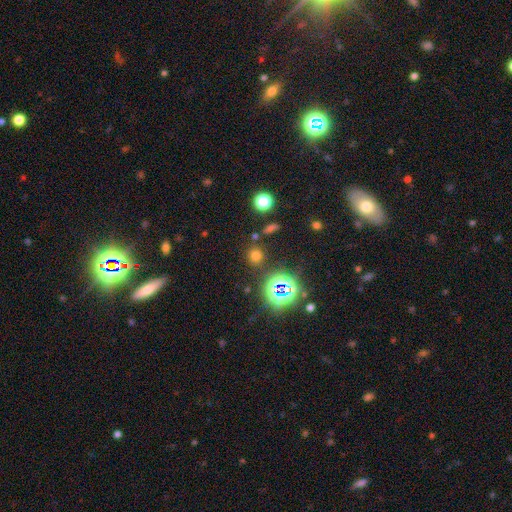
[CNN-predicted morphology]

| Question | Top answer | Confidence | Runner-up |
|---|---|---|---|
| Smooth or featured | smooth | 61% | star or artifact (32%) |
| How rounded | round | 84% | in between (15%) |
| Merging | none | 81% | minor disturbance (9%) |